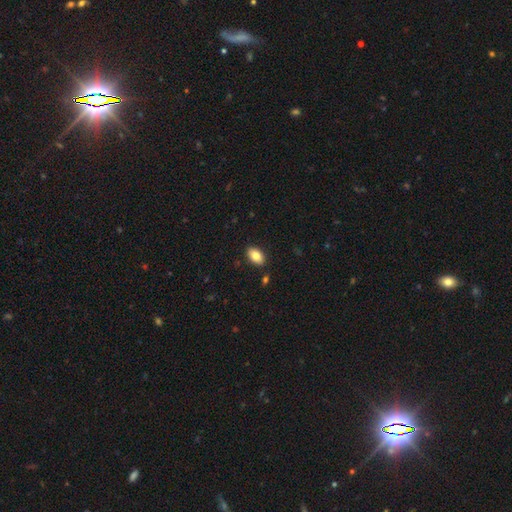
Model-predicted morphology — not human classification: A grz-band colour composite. It shows a smooth galaxy with no disk features (83%) that is in between round and cigar-shaped (93%). Merging: none (88%).